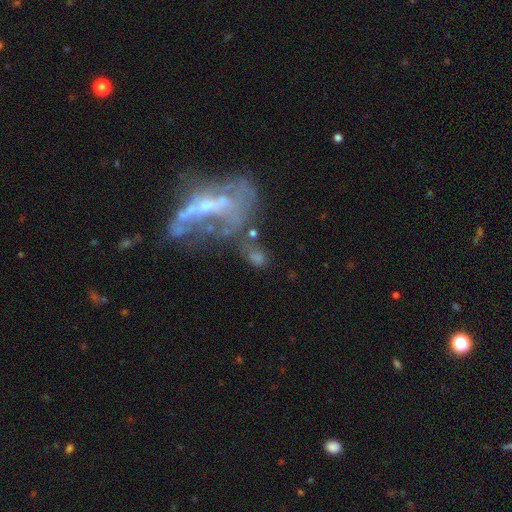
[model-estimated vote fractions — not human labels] featured or disk 47%, smooth 34%, star or artifact 19%. Down the decision tree: merging — none (36%).